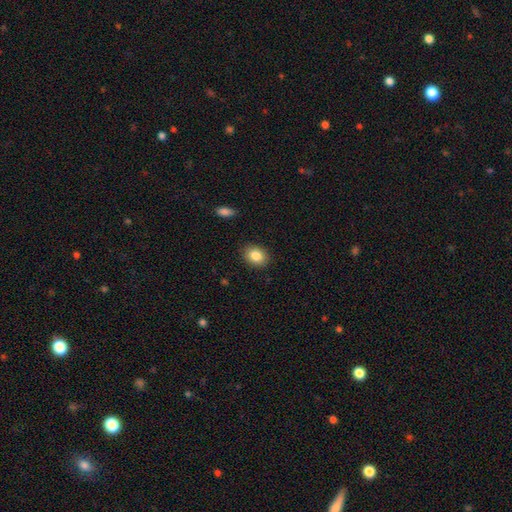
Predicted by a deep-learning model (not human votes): smooth_or_featured: smooth (p=0.85) [alt: star or artifact p=0.08]
how_rounded: in between (p=0.58) [alt: round p=0.41]
merging: none (p=0.89) [alt: minor disturbance p=0.08]